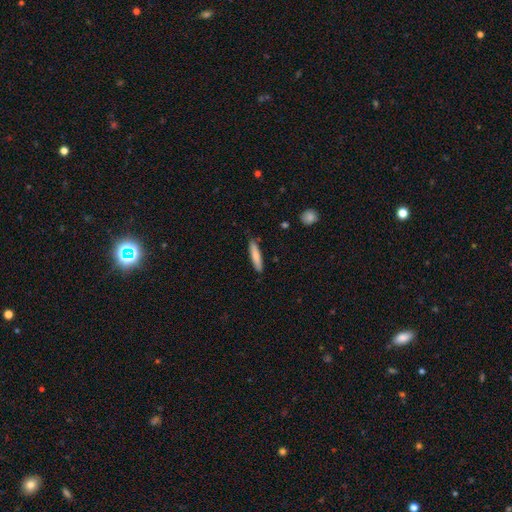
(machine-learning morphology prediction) smooth-or-featured: smooth: 78% | featured or disk: 16% | star or artifact: 6%
  how-rounded: cigar-shaped: 88% | in between: 11% | round: 1%
  merging: none: 87% | minor disturbance: 10% | major disturbance: 2% | merger: 1%